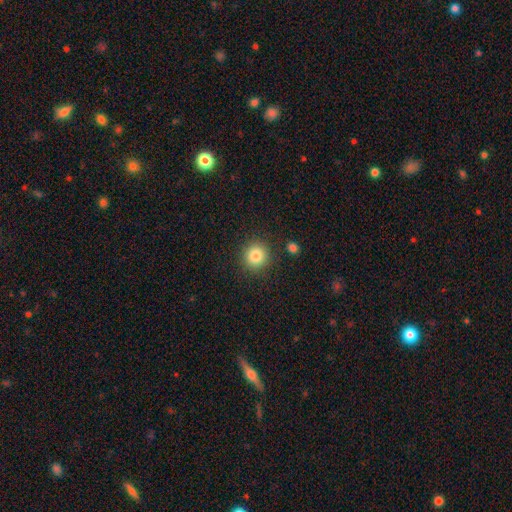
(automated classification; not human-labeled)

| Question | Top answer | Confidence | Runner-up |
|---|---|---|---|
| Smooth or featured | smooth | 83% | star or artifact (11%) |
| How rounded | round | 91% | in between (8%) |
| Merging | none | 88% | minor disturbance (7%) |